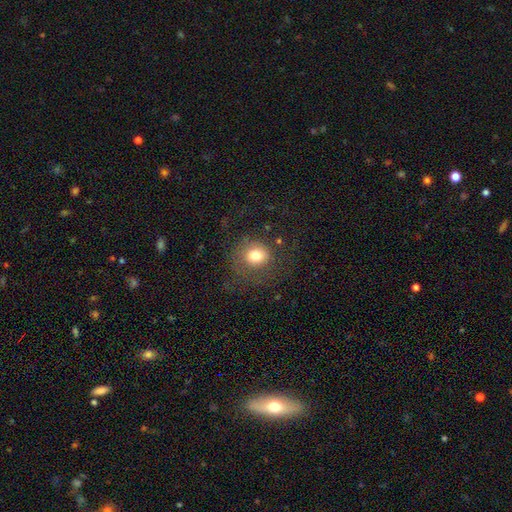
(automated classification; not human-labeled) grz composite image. It shows a smooth galaxy with no disk features (75%) that is round (84%). Merging: none (66%).